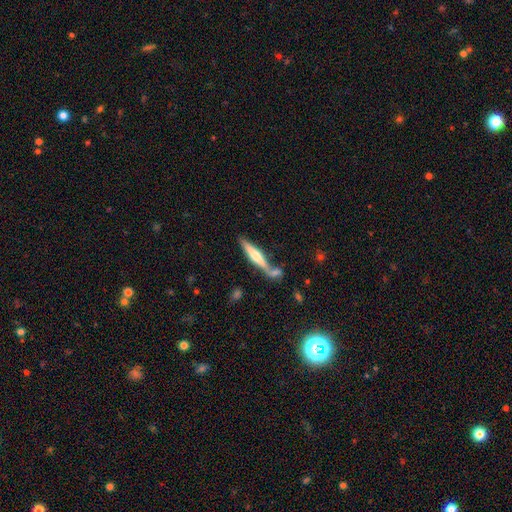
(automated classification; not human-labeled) Morphology: type=featured or disk (54%); edge-on=yes (95%); edge-on bulge=rounded (77%); merging=none (59%).